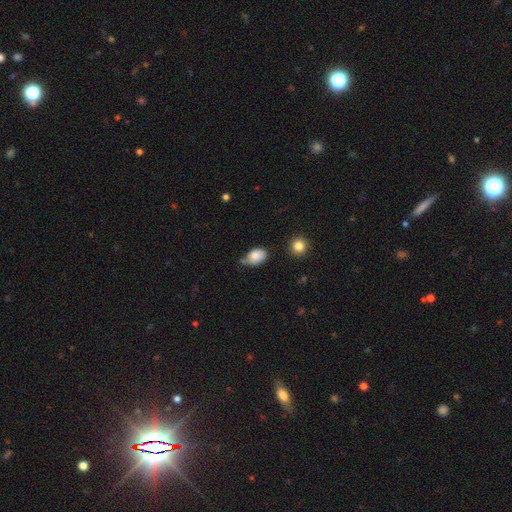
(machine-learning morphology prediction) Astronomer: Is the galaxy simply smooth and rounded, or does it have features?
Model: smooth — 81%.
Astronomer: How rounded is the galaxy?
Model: in between — 80%.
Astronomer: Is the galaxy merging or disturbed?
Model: none — 55% (runner-up: minor disturbance, 31%).